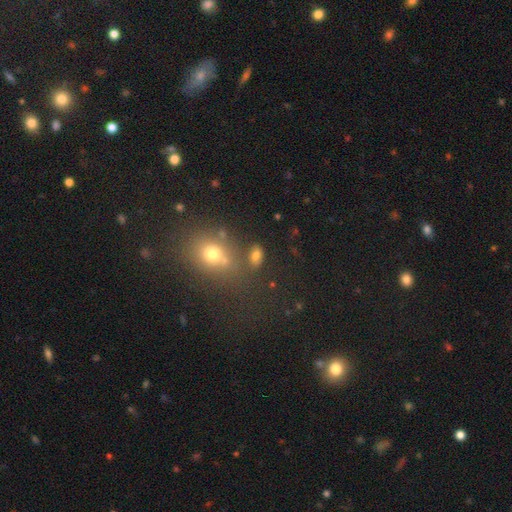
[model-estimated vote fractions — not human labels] This appears to be a smooth galaxy with no disk features (75%) that is in between round and cigar-shaped (83%). Merging: none (72%).